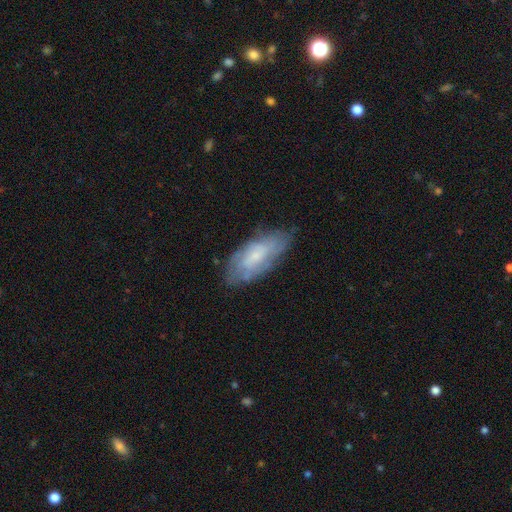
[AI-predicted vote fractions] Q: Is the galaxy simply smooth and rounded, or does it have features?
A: featured or disk — 50%.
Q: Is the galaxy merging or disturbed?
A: none — 67%.